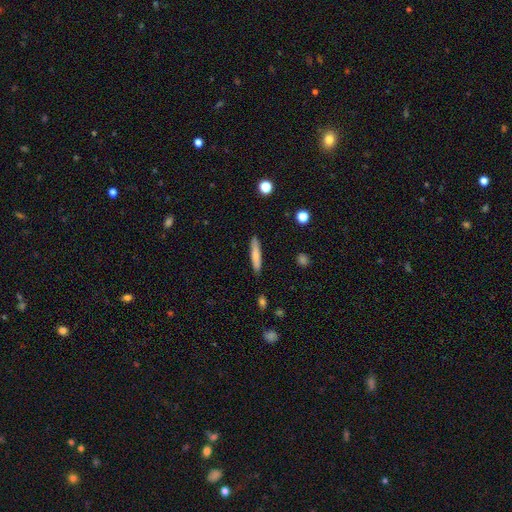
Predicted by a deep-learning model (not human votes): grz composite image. It shows a smooth galaxy with no disk features (73%) that is cigar-shaped (89%). Merging: none (87%).